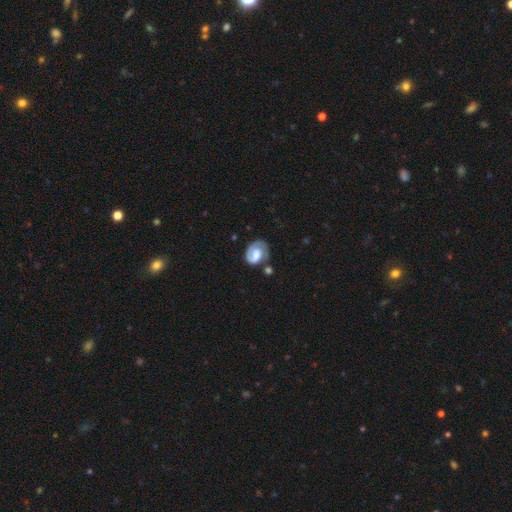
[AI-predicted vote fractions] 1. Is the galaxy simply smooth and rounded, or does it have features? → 69% featured or disk, 26% smooth, 6% star or artifact.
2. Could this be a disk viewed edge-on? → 97% no, 3% yes.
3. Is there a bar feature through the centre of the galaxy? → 50% no, 38% weak, 13% strong.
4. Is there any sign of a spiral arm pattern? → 86% yes, 14% no.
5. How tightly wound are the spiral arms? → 59% tight, 30% medium, 11% loose.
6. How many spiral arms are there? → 52% 1, 36% 2, 9% can't tell, 1% 3, 1% 4, 1% more than 4.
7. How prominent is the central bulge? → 40% moderate, 36% large, 13% small, 7% none, 4% dominant.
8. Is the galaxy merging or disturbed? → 57% none, 22% minor disturbance, 14% major disturbance, 7% merger.